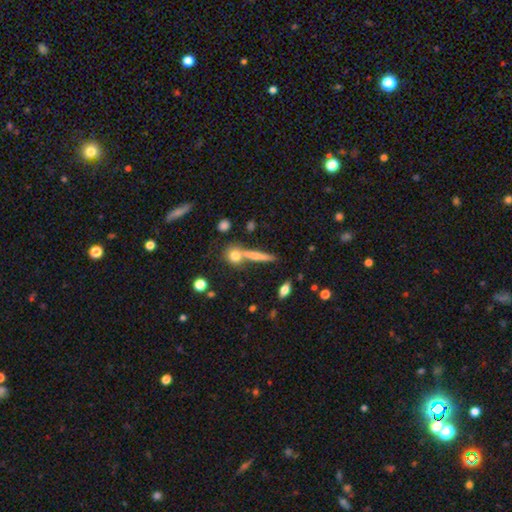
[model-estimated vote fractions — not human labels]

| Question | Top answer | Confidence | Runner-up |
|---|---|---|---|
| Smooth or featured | smooth | 61% | featured or disk (29%) |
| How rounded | cigar-shaped | 74% | in between (14%) |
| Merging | none | 64% | merger (21%) |